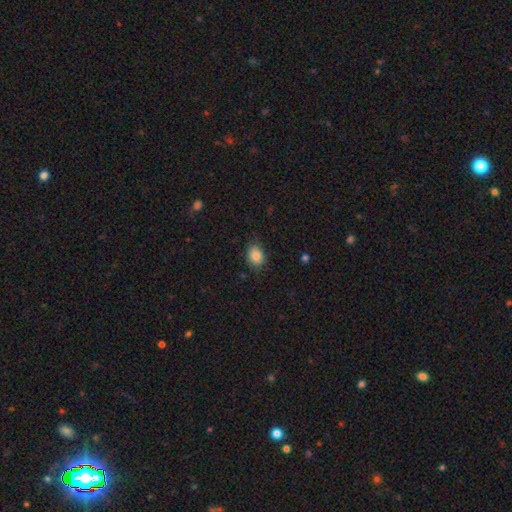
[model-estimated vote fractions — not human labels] Smooth or featured? Predicted: smooth (p=0.86). How rounded? Predicted: in between (p=0.69). Merging? Predicted: none (p=0.78).